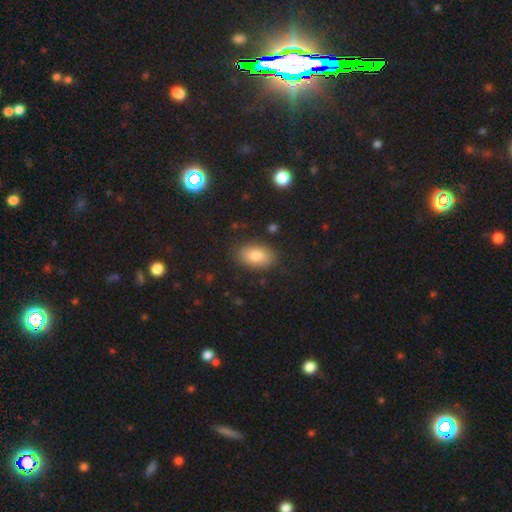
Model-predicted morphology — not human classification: type=smooth (81%); roundness=in between (90%); merging=none (86%).